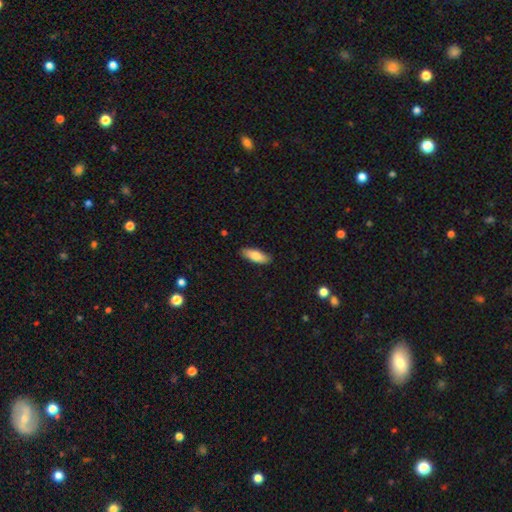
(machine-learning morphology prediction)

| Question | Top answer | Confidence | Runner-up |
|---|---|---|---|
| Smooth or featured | smooth | 78% | featured or disk (16%) |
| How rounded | in between | 66% | cigar-shaped (32%) |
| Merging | none | 87% | minor disturbance (10%) |